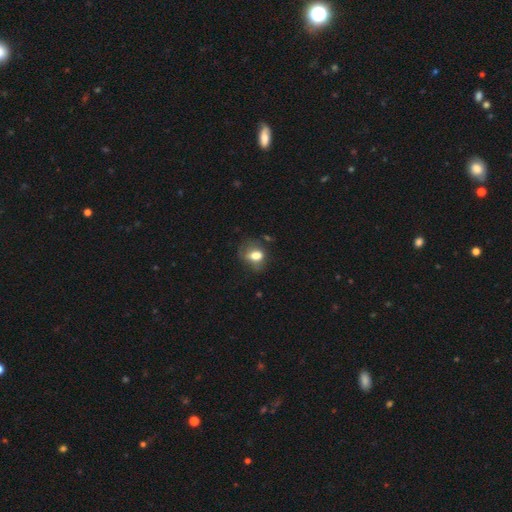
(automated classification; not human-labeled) A smooth galaxy with no disk features (70%) that is in between round and cigar-shaped (67%). Merging: none (51%).